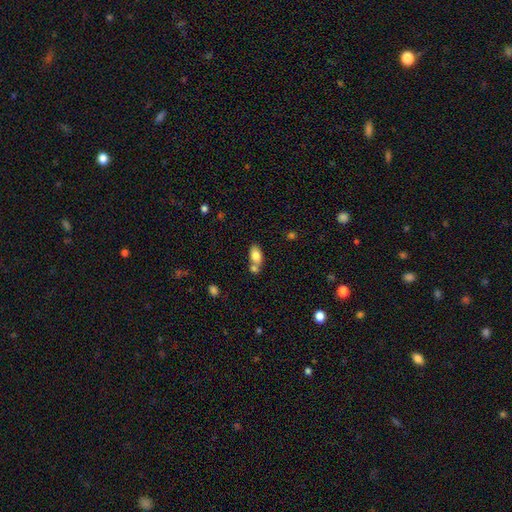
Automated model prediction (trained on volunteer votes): This is clearly a smooth galaxy (80%). How rounded: clearly in between (89%). Merging: marginally none (43%).